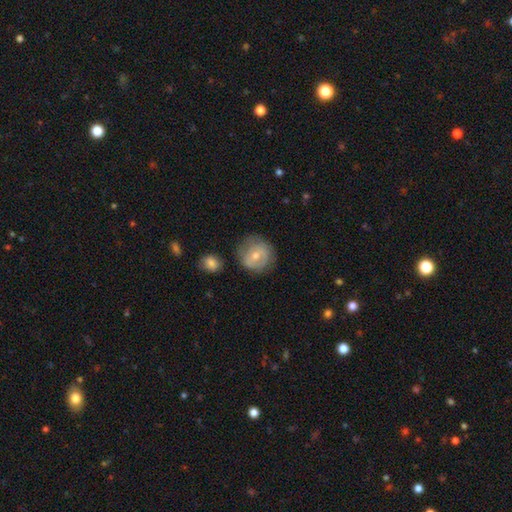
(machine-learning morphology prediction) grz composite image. It shows a smooth galaxy with no disk features (53%) that is round (86%). Merging: none (68%).